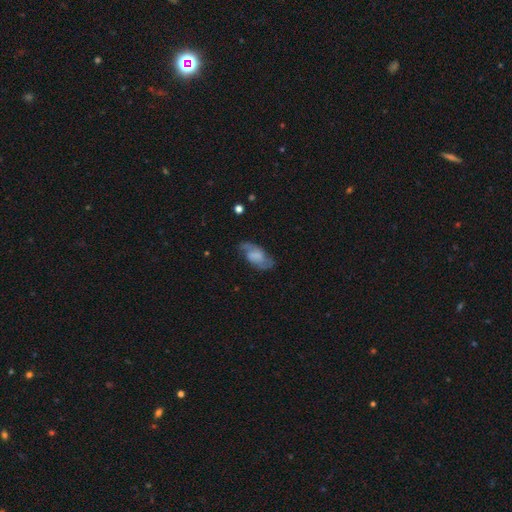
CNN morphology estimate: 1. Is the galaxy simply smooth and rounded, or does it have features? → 63% featured or disk, 29% smooth, 8% star or artifact.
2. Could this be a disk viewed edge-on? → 95% no, 5% yes.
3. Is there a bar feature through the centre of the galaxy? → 51% no, 38% weak, 11% strong.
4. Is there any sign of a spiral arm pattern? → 88% yes, 12% no.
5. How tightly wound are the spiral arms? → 47% medium, 33% loose, 21% tight.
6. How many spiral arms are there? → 82% 2, 9% can't tell, 5% 1, 2% 3, 1% 4, 1% more than 4.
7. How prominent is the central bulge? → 47% none, 18% small, 17% large, 15% moderate, 3% dominant.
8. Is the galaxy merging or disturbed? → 67% none, 21% minor disturbance, 11% major disturbance, 2% merger.